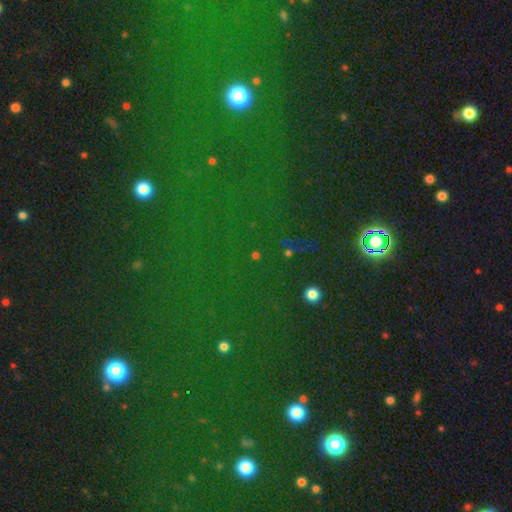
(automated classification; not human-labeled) The model was most divided on "smooth or featured": star or artifact: 70%, smooth: 23%, featured or disk: 8%.